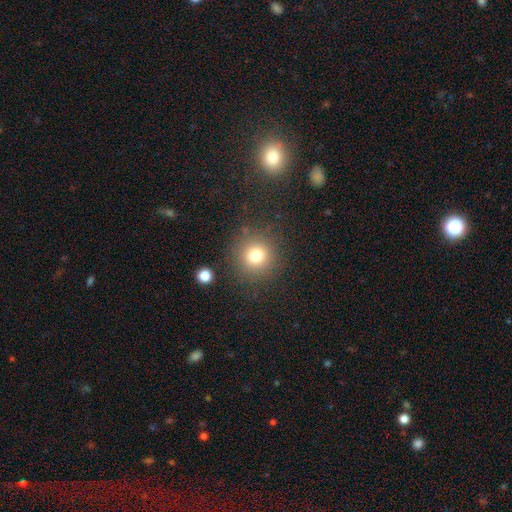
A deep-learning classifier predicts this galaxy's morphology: This appears to be a smooth galaxy with no disk features (77%) that is round (94%). Merging: none (85%).